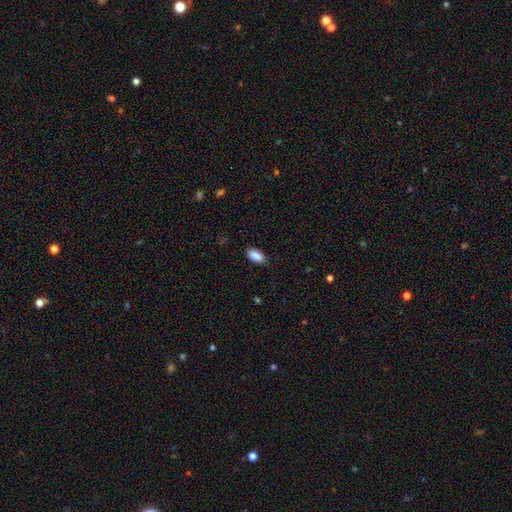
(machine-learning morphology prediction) type=smooth (90%); roundness=in between (91%); merging=none (86%).